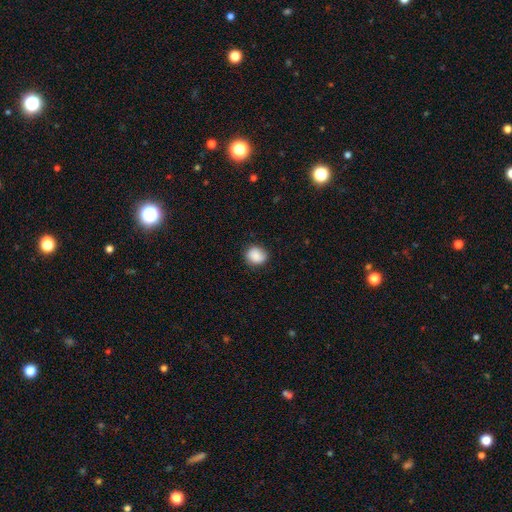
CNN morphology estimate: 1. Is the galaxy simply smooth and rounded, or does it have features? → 87% smooth, 8% star or artifact, 5% featured or disk.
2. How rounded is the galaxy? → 77% round, 22% in between, 1% cigar-shaped.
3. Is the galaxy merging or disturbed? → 82% none, 14% minor disturbance, 3% major disturbance, 1% merger.